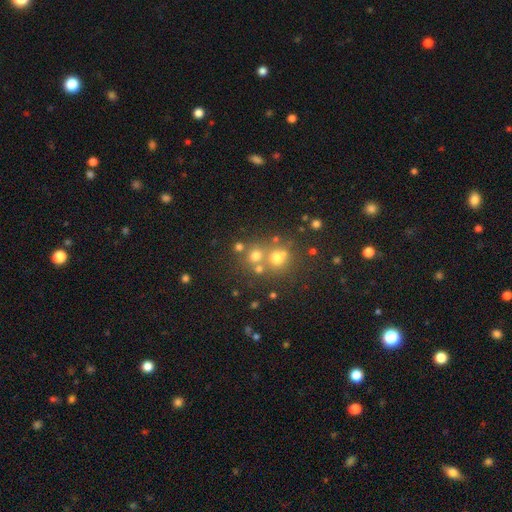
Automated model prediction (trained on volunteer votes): Smooth or featured? smooth (63%)
How rounded? round (85%)
Merging? none (54%)